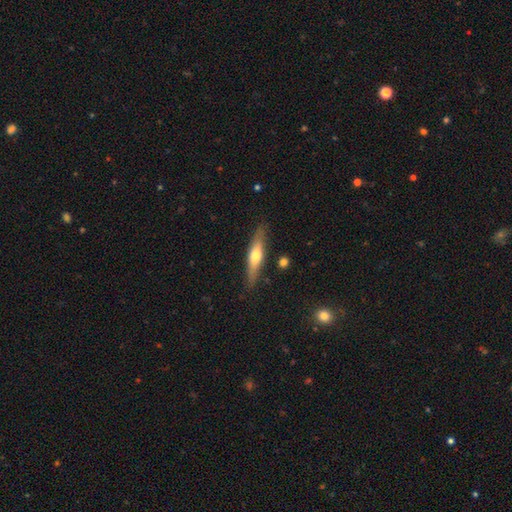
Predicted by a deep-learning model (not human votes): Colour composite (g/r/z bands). It shows a featured or disk galaxy (48%). Merging: none (84%).